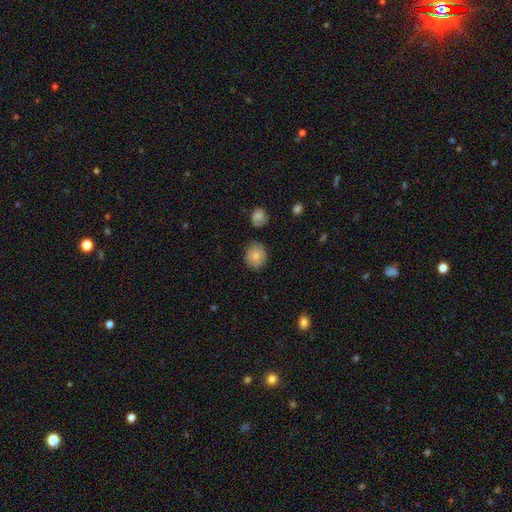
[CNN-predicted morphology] A smooth galaxy with no disk features (79%) that is round (76%). Merging: none (81%).